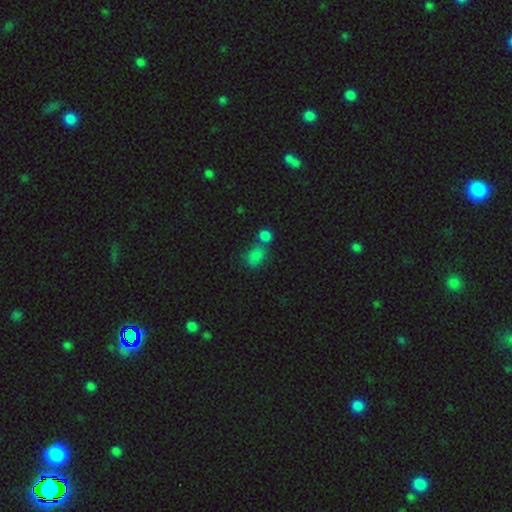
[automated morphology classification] A smooth galaxy with no disk features (79%) that is in between round and cigar-shaped (64%). Merging: merger (44%).